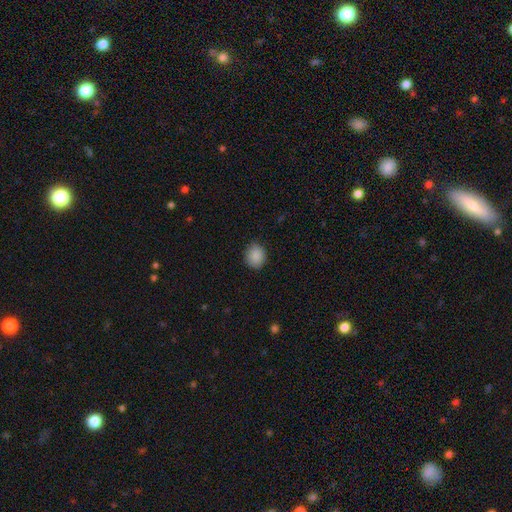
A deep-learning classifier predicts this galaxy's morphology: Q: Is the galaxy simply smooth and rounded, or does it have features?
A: smooth — 88%.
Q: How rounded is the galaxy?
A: round — 75%.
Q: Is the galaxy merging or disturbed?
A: none — 85%.